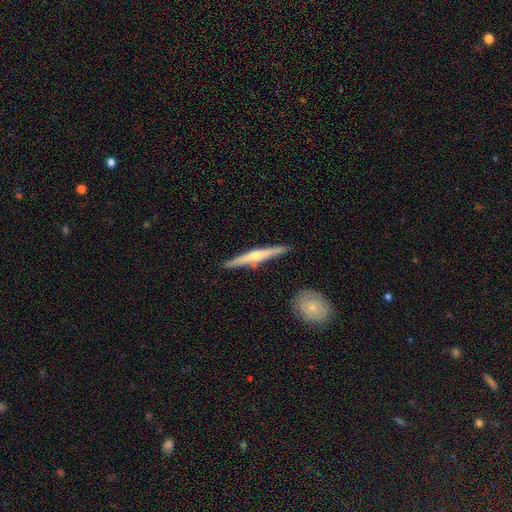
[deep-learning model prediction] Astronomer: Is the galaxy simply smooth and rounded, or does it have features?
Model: featured or disk — 73%.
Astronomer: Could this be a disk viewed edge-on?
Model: yes — 97%.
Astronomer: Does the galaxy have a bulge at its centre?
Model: rounded — 82%.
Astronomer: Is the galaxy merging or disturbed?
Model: none — 89%.